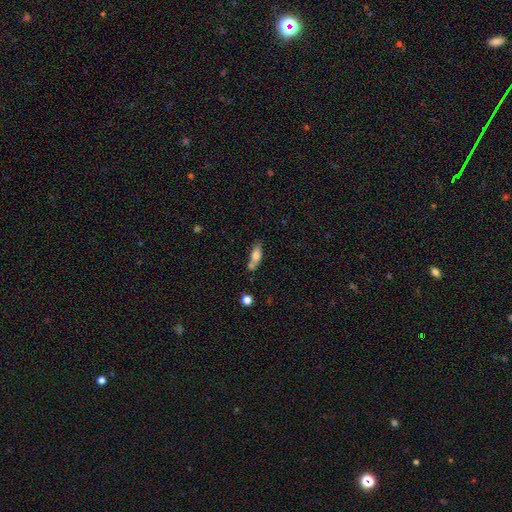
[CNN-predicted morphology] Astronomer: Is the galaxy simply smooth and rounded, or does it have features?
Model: smooth — 74%.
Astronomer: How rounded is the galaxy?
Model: in between — 71%.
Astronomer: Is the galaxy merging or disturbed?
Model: none — 46% (runner-up: merger, 30%).